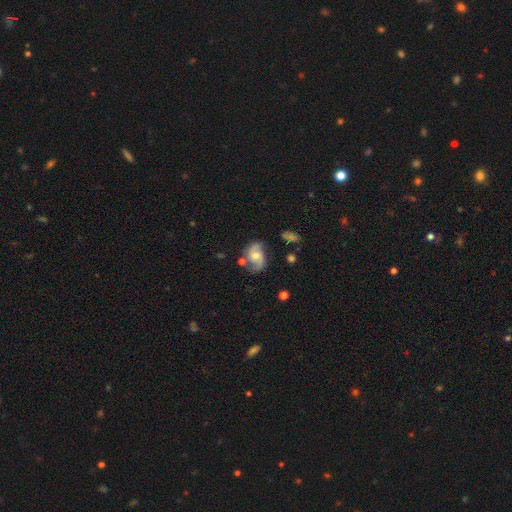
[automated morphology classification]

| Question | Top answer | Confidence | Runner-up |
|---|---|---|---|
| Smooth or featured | featured or disk | 69% | smooth (23%) |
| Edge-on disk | no | 97% | yes (3%) |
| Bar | no | 58% | weak (35%) |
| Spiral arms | yes | 91% | no (9%) |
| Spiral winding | loose | 44% | medium (41%) |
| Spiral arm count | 2 | 85% | can't tell (7%) |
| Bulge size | moderate | 58% | small (31%) |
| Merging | none | 60% | minor disturbance (23%) |